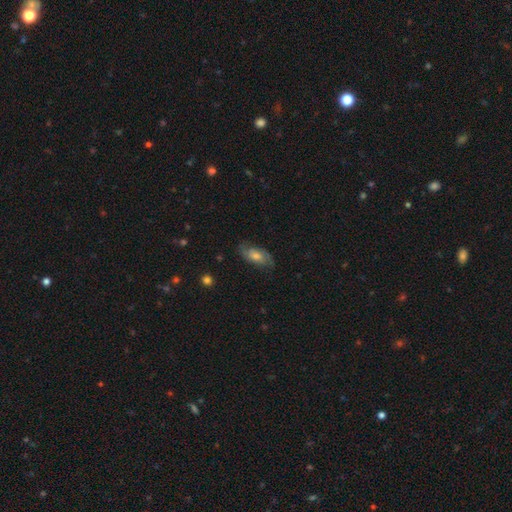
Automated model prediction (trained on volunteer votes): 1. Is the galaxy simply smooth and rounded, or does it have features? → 55% featured or disk, 34% smooth, 11% star or artifact.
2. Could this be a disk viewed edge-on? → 89% no, 11% yes.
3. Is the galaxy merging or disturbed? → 77% none, 16% minor disturbance, 5% major disturbance, 1% merger.